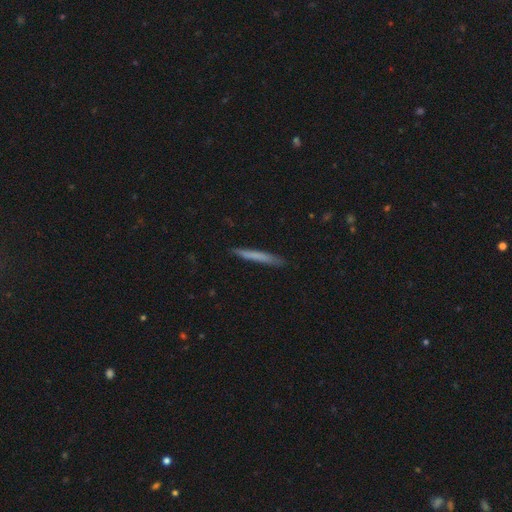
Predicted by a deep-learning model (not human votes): This appears to be a smooth galaxy with no disk features (68%) that is cigar-shaped (97%). Merging: none (88%).